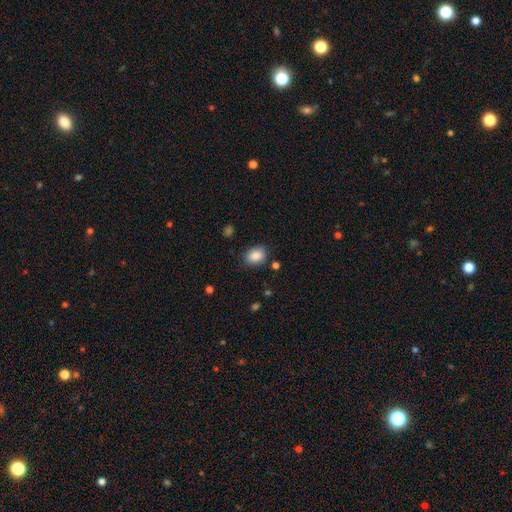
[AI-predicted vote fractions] Smooth or featured: smooth — 87% (star or artifact — 8%)
How rounded: in between — 65% (round — 34%)
Merging: none — 80% (minor disturbance — 14%)